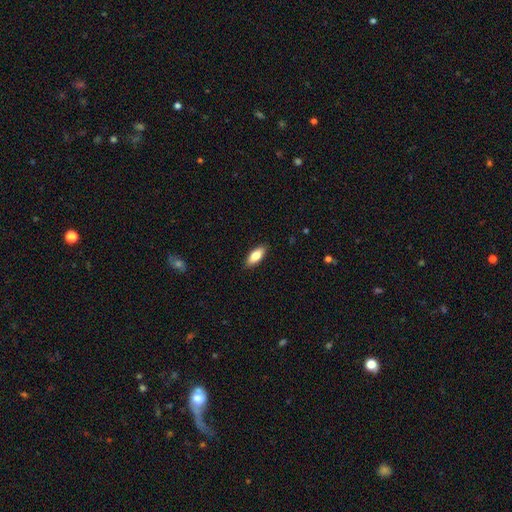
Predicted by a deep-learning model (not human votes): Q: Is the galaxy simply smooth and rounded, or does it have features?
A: smooth — 80%.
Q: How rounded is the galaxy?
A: in between — 79%.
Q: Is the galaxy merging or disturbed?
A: none — 89%.